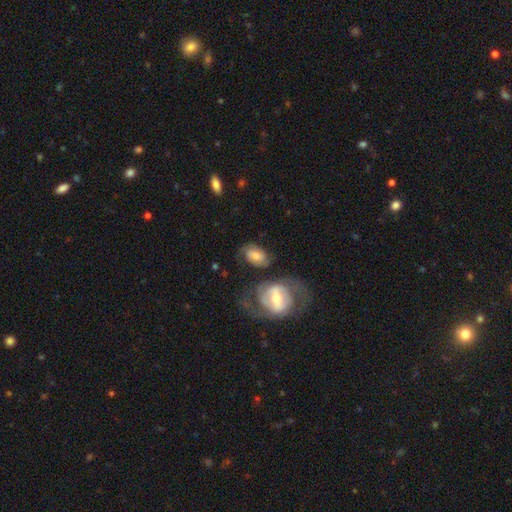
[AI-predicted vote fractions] smooth 48%, featured or disk 44%, star or artifact 8%. Down the decision tree: merging — none (54%).